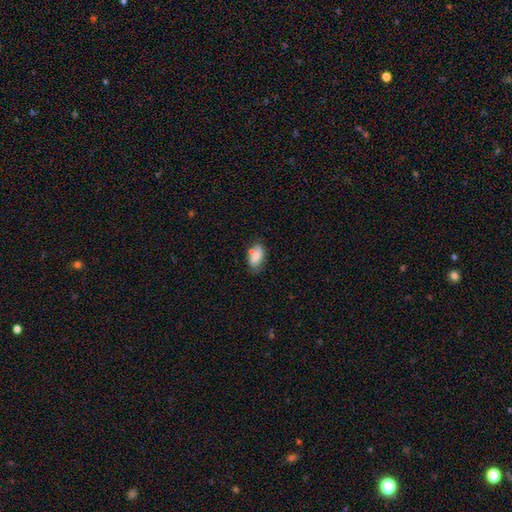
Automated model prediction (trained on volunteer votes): Smooth or featured? Predicted: smooth (p=0.68). How rounded? Predicted: in between (p=0.90). Merging? Predicted: none (p=0.59).